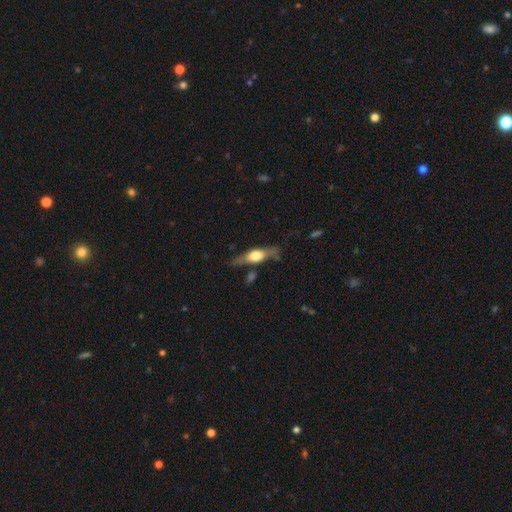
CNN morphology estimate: Smooth or featured? Predicted: featured or disk (p=0.63). Edge-on disk? Predicted: yes (p=0.93). Edge-on bulge? Predicted: rounded (p=0.91). Merging? Predicted: none (p=0.76).